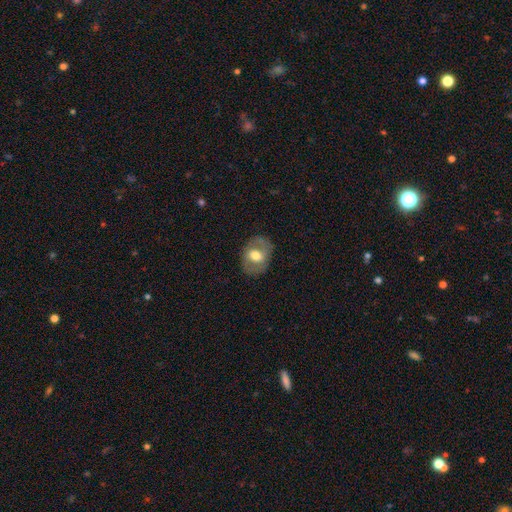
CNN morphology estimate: A smooth galaxy with no disk features (48%). Merging: none (78%).